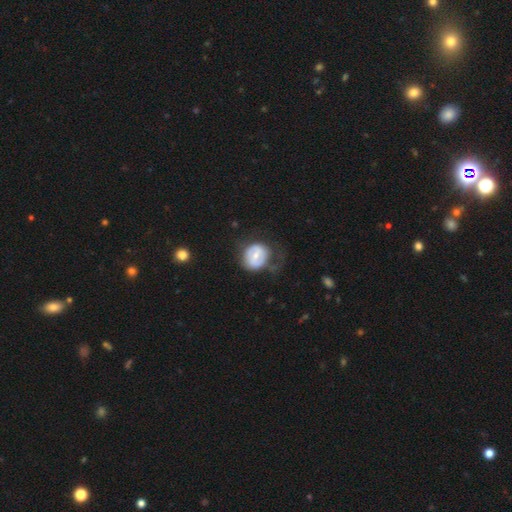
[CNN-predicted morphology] The model was most divided on "smooth or featured": featured or disk: 49%, smooth: 44%, star or artifact: 6%. Remaining: merging — none (46%).